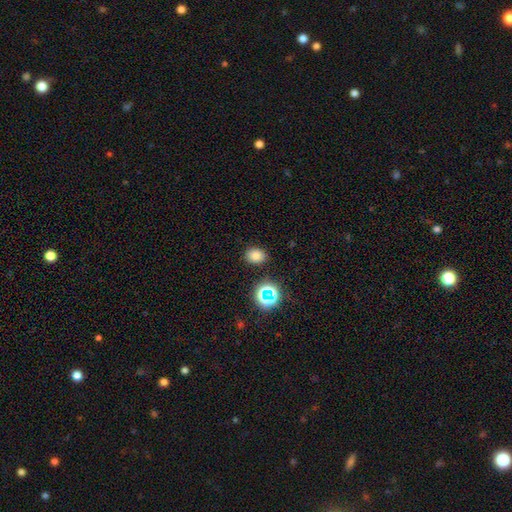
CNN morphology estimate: Smooth or featured?
  - smooth: 75% *
  - star or artifact: 18%
  - featured or disk: 7%
How rounded?
  - in between: 53% *
  - round: 46%
  - cigar-shaped: 1%
Merging?
  - none: 85% *
  - minor disturbance: 10%
  - major disturbance: 3%
  - merger: 2%